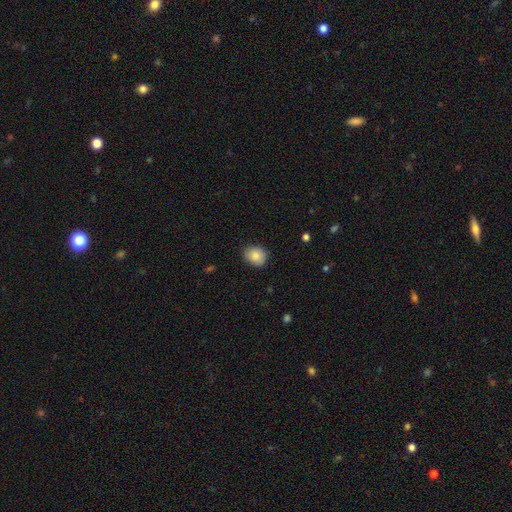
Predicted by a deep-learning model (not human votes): smooth_or_featured: smooth (p=0.85) [alt: star or artifact p=0.08]
how_rounded: round (p=0.58) [alt: in between p=0.41]
merging: none (p=0.82) [alt: minor disturbance p=0.14]